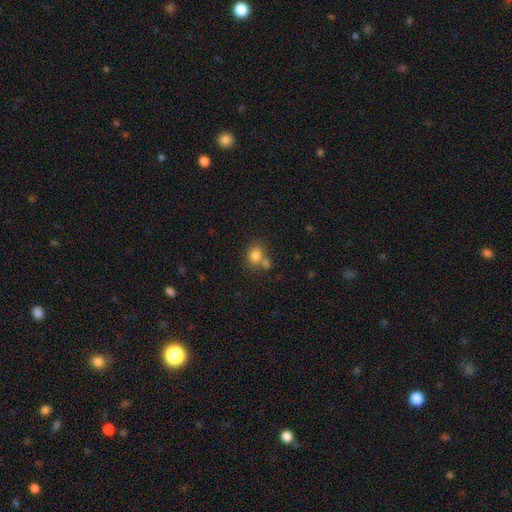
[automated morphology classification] smooth-or-featured: smooth: 81% | star or artifact: 11% | featured or disk: 8%
  how-rounded: round: 58% | in between: 41% | cigar-shaped: 1%
  merging: none: 49% | merger: 36% | minor disturbance: 11% | major disturbance: 4%